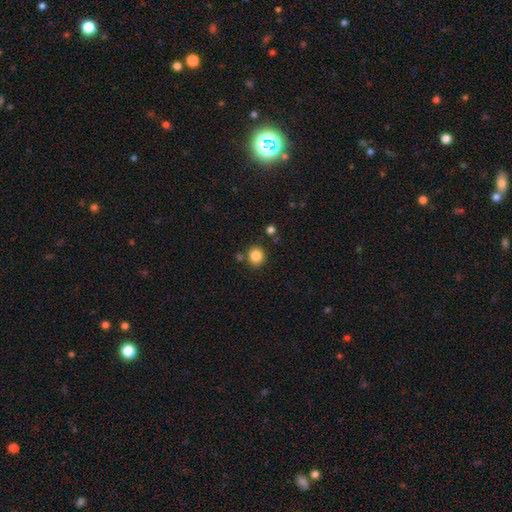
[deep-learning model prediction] This appears to be a smooth galaxy with no disk features (83%) that is round (88%). Merging: none (82%).